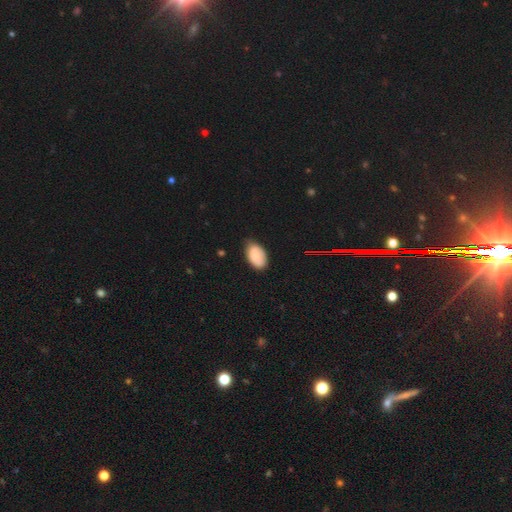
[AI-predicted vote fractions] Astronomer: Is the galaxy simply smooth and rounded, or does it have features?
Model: smooth — 80%.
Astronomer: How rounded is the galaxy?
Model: in between — 94%.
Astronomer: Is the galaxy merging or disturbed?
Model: none — 68%.